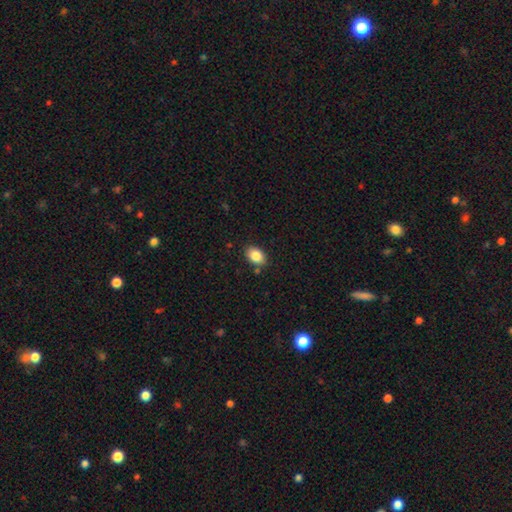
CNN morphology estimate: This is clearly a smooth galaxy (86%). How rounded: clearly in between (82%). Merging: clearly none (84%).